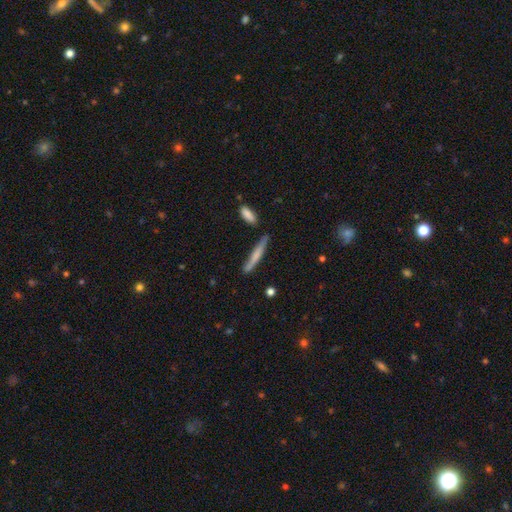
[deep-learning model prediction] smooth-or-featured: smooth: 58% | featured or disk: 35% | star or artifact: 6%
  how-rounded: cigar-shaped: 93% | in between: 5% | round: 2%
  merging: none: 77% | minor disturbance: 15% | merger: 5% | major disturbance: 3%